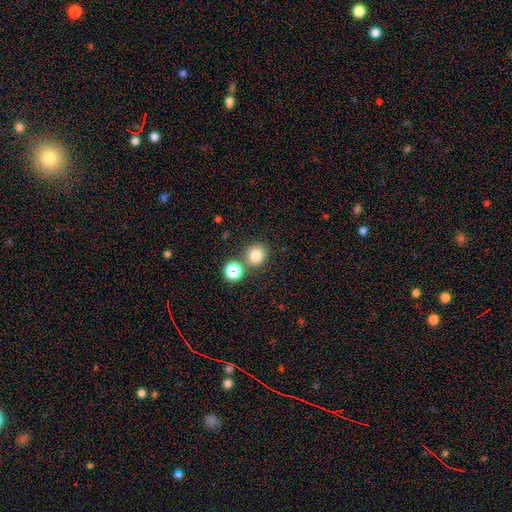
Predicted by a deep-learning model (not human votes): smooth 79%, star or artifact 15%, featured or disk 7%. Down the decision tree: how rounded — round (87%); merging — none (75%).